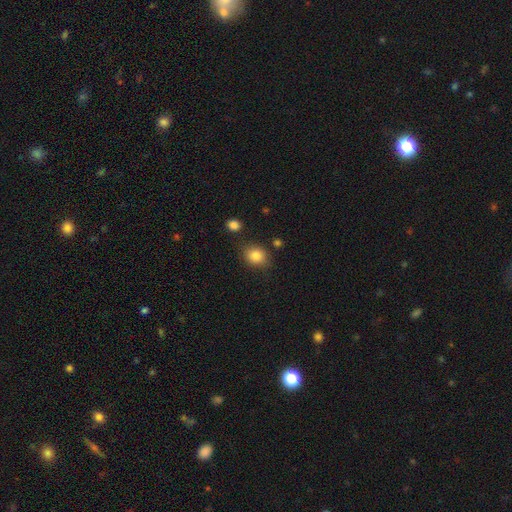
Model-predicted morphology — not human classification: smooth_or_featured: smooth (p=0.84) [alt: star or artifact p=0.10]
how_rounded: round (p=0.54) [alt: in between p=0.45]
merging: none (p=0.79) [alt: minor disturbance p=0.13]